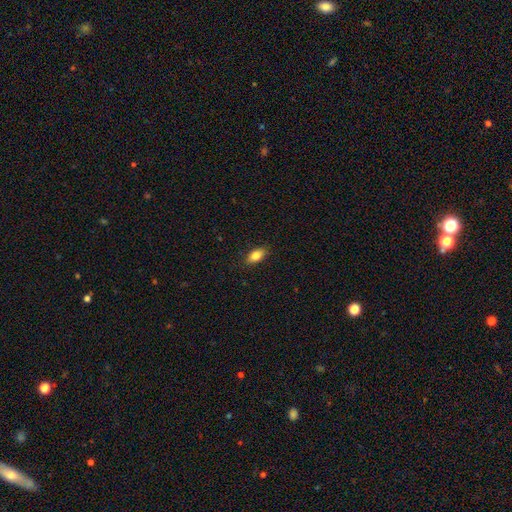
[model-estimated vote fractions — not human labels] A smooth galaxy with no disk features (83%) that is in between round and cigar-shaped (89%). Merging: none (87%).